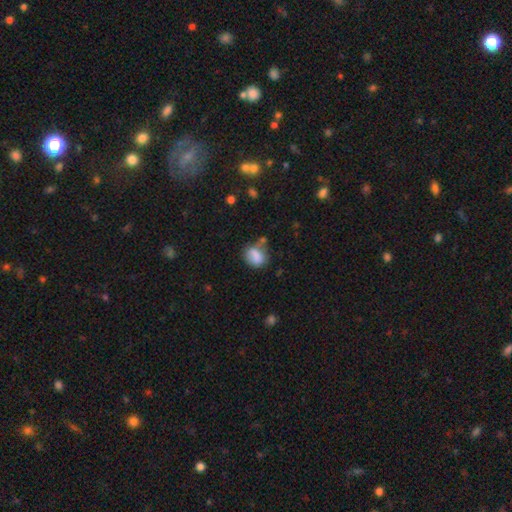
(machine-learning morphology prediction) A smooth galaxy with no disk features (80%) that is in between round and cigar-shaped (56%).

Vote fractions:
- Smooth or featured? smooth: 80% / featured or disk: 10% / star or artifact: 9%
- How rounded? in between: 56% / round: 42% / cigar-shaped: 2%
- Merging? none: 55% / minor disturbance: 25% / merger: 11% / major disturbance: 9%